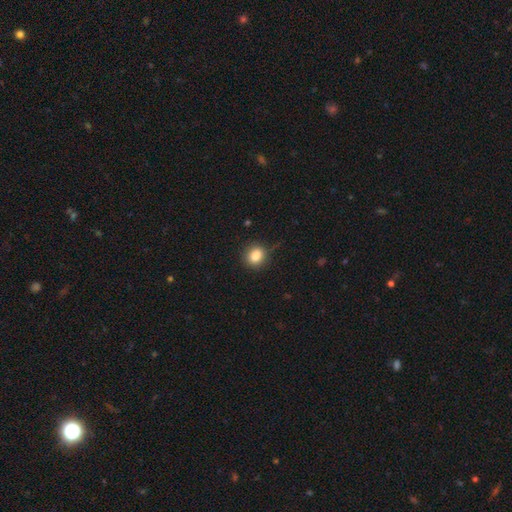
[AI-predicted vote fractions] smooth 84%, star or artifact 10%, featured or disk 5%. Down the decision tree: how rounded — round (69%); merging — none (84%).